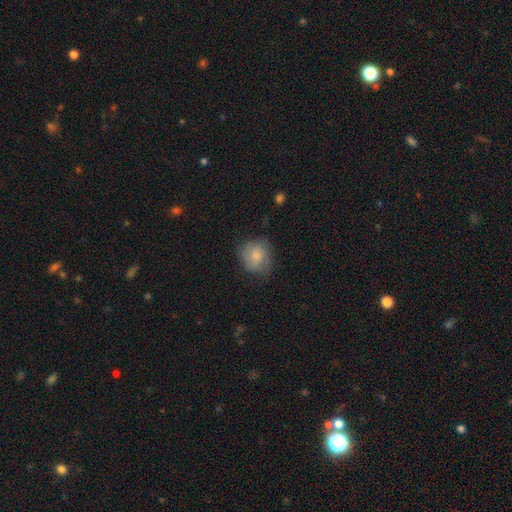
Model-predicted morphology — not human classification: Smooth or featured? Predicted: smooth (p=0.74). How rounded? Predicted: round (p=0.80). Merging? Predicted: none (p=0.61).